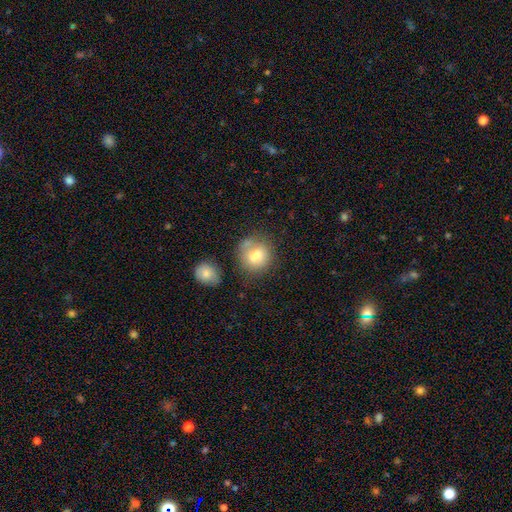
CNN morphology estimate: Smooth or featured: smooth — 77% (featured or disk — 14%)
How rounded: round — 83% (in between — 16%)
Merging: none — 60% (minor disturbance — 18%)